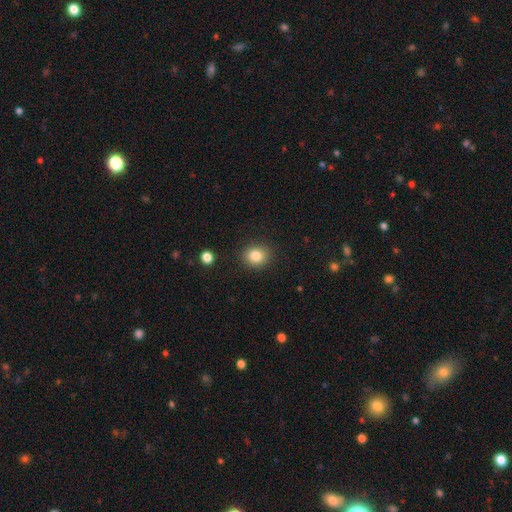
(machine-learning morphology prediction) This is clearly a smooth galaxy (83%). How rounded: likely round (73%). Merging: clearly none (88%).